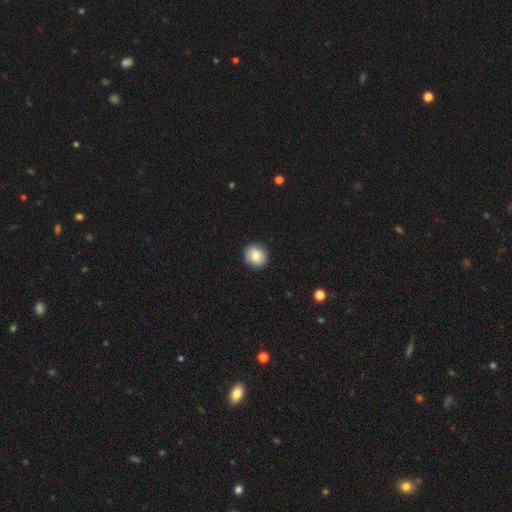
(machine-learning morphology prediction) type=smooth (81%); roundness=round (81%); merging=none (88%).